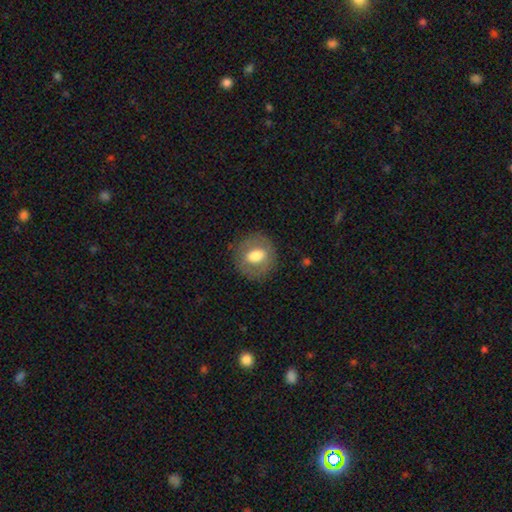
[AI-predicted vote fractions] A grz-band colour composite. It shows a smooth galaxy with no disk features (60%) that is round (74%). Merging: none (83%).